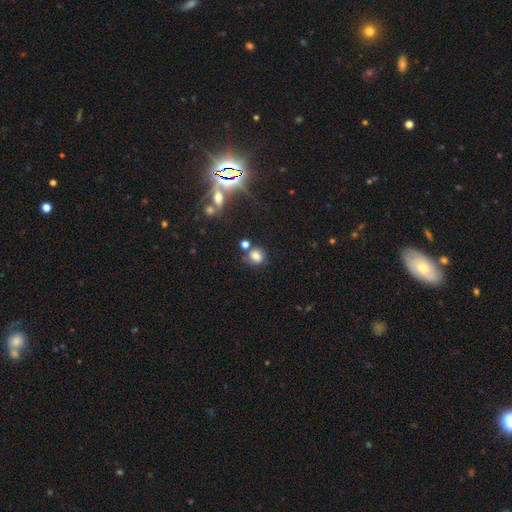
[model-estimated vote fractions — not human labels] A smooth galaxy with no disk features (75%) that is round (66%).

Vote fractions:
- Smooth or featured? smooth: 75% / star or artifact: 16% / featured or disk: 9%
- How rounded? round: 66% / in between: 33% / cigar-shaped: 1%
- Merging? none: 61% / minor disturbance: 17% / merger: 16% / major disturbance: 6%